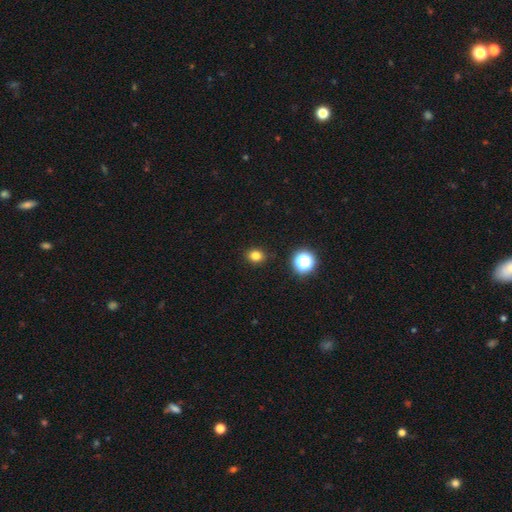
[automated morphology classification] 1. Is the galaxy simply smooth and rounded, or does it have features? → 79% smooth, 16% star or artifact, 5% featured or disk.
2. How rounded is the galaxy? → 64% round, 35% in between, 1% cigar-shaped.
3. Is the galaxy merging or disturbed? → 89% none, 7% minor disturbance, 2% major disturbance, 1% merger.